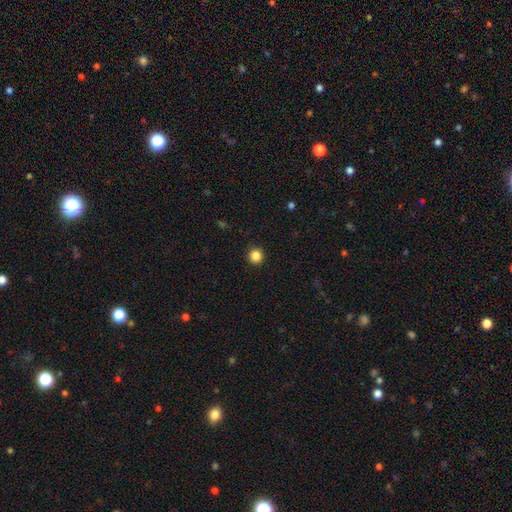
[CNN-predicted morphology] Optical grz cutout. It shows a smooth galaxy with no disk features (86%) that is round (94%). Merging: none (93%).